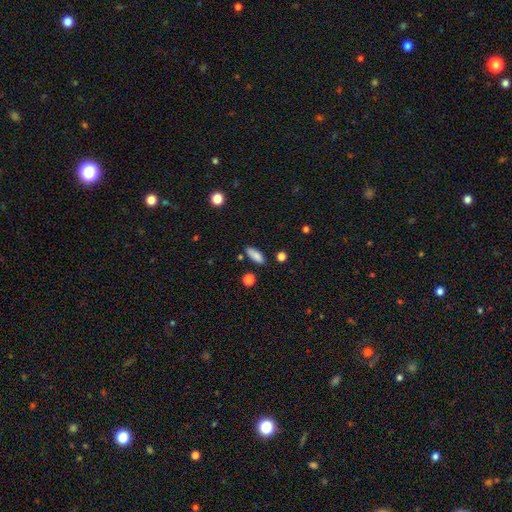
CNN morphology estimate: smooth 84%, star or artifact 8%, featured or disk 8%. Down the decision tree: how rounded — in between (65%); merging — none (80%).